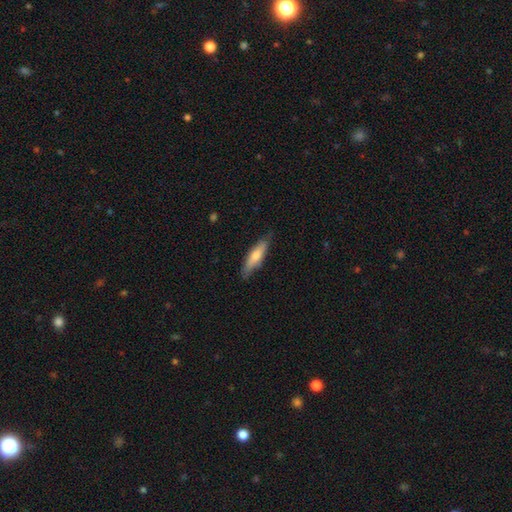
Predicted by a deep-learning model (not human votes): A smooth galaxy with no disk features (61%) that is cigar-shaped (74%). Merging: none (82%).